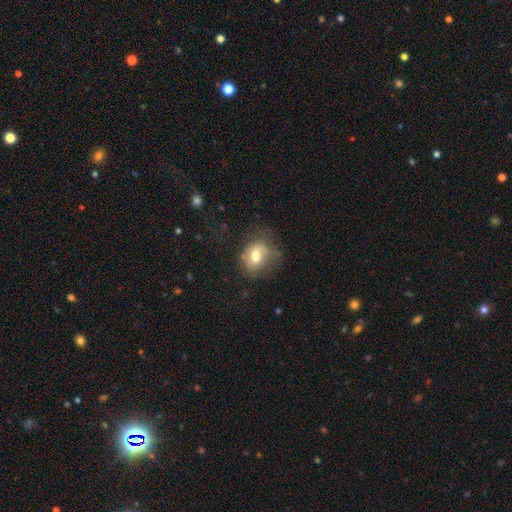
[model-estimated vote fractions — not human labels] smooth_or_featured: smooth (p=0.65) [alt: featured or disk p=0.27]
how_rounded: in between (p=0.56) [alt: round p=0.43]
merging: none (p=0.54) [alt: minor disturbance p=0.28]